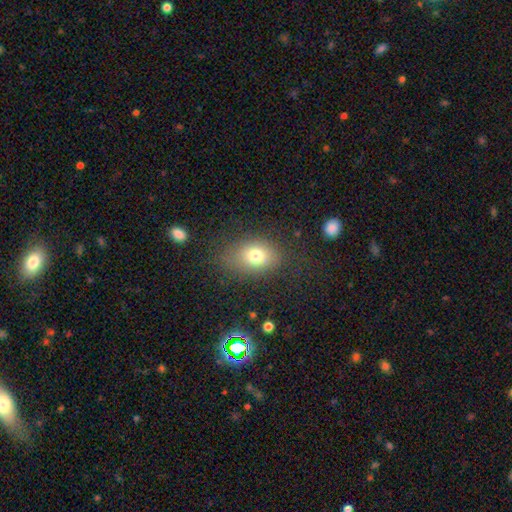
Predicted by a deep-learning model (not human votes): Q: Smooth or featured?
A: smooth (74%); runner-up: featured or disk (14%)
Q: How rounded?
A: in between (71%); runner-up: round (27%)
Q: Merging?
A: none (75%); runner-up: minor disturbance (15%)